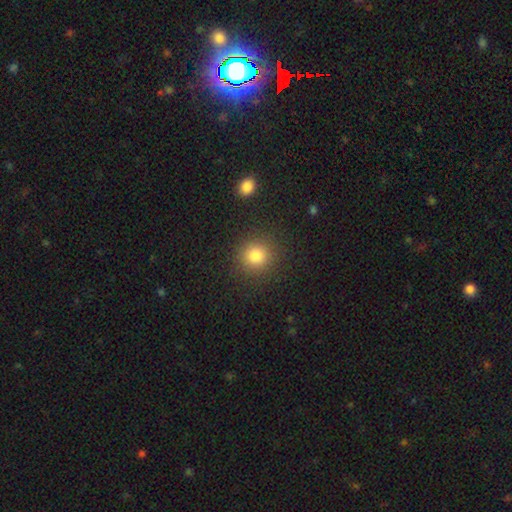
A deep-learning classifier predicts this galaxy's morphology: smooth_or_featured: smooth (p=0.81) [alt: star or artifact p=0.13]
how_rounded: round (p=0.91) [alt: in between p=0.08]
merging: none (p=0.89) [alt: minor disturbance p=0.07]